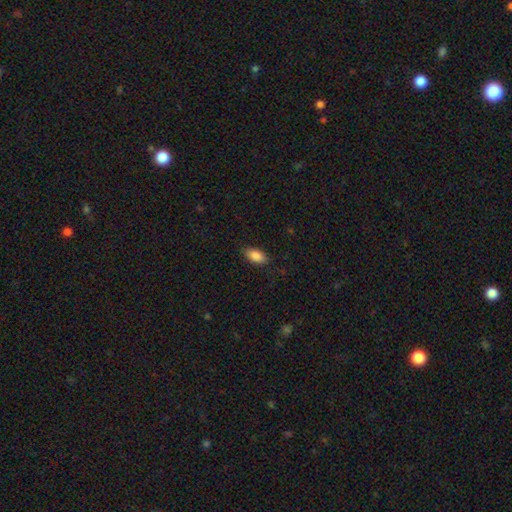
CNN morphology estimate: smooth_or_featured: smooth (p=0.87) [alt: star or artifact p=0.07]
how_rounded: in between (p=0.90) [alt: cigar-shaped p=0.08]
merging: none (p=0.84) [alt: minor disturbance p=0.12]